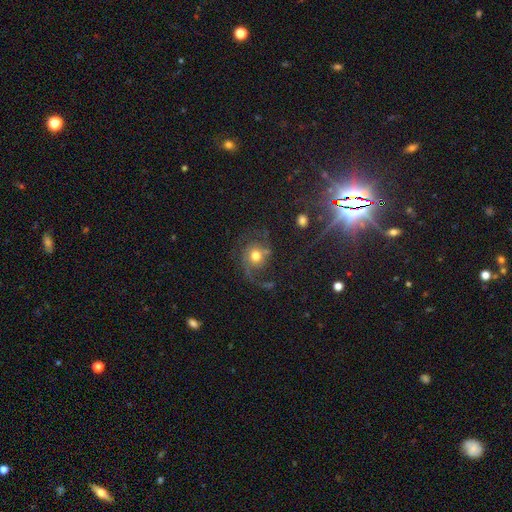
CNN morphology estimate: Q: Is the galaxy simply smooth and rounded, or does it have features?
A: featured or disk — 56%.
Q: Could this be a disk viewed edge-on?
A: no — 97%.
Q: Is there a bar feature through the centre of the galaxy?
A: no — 78%.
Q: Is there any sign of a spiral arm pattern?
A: yes — 83%.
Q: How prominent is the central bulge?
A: moderate — 66%.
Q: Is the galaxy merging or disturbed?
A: none — 46%.